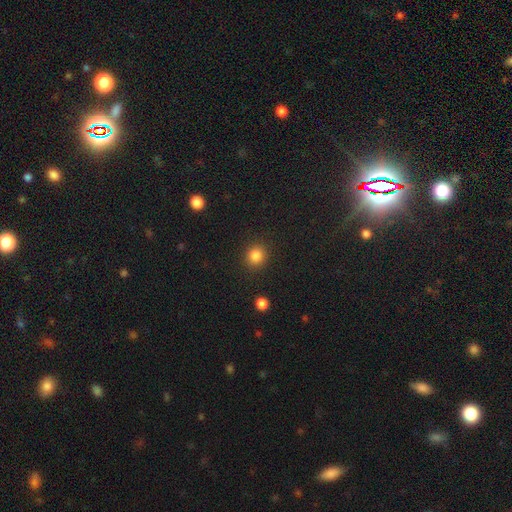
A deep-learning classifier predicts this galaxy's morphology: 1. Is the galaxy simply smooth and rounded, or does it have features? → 84% smooth, 11% star or artifact, 4% featured or disk.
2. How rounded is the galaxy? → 87% round, 12% in between, 1% cigar-shaped.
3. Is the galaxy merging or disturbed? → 90% none, 6% minor disturbance, 2% major disturbance, 2% merger.